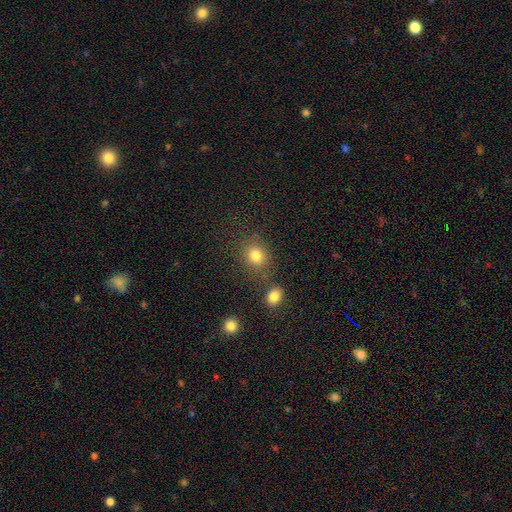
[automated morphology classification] Smooth or featured: smooth — 80% (star or artifact — 13%)
How rounded: round — 71% (in between — 27%)
Merging: none — 74% (minor disturbance — 11%)